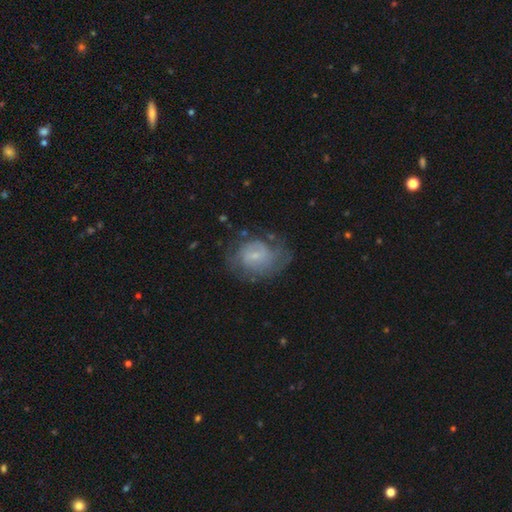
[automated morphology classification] Smooth or featured? Predicted: featured or disk (p=0.59). Edge-on disk? Predicted: no (p=0.97). Bar? Predicted: no (p=0.54). Spiral arms? Predicted: yes (p=0.74). Bulge size? Predicted: small (p=0.71). Merging? Predicted: none (p=0.51).